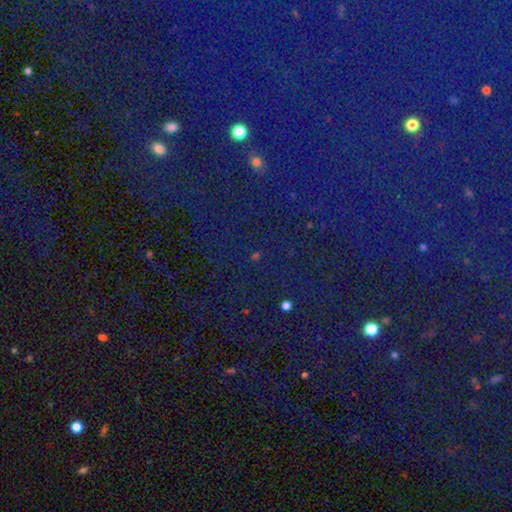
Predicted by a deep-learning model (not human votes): smooth-or-featured: star or artifact: 82% | smooth: 10% | featured or disk: 7%